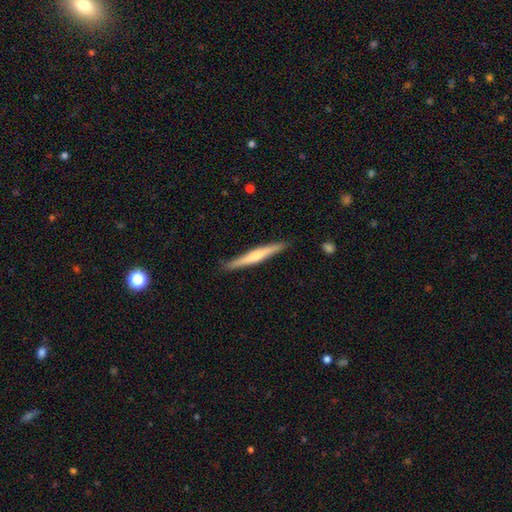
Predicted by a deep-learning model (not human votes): smooth-or-featured: featured or disk: 53% | smooth: 42% | star or artifact: 5%
  disk-edge-on: yes: 97% | no: 3%
    edge-on-bulge: rounded: 66% | none: 25% | boxy: 9%
  merging: none: 89% | minor disturbance: 8% | major disturbance: 1% | merger: 1%